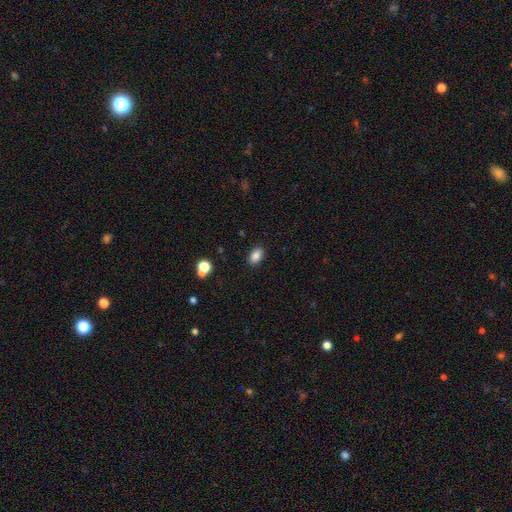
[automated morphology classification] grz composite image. It shows a smooth galaxy with no disk features (86%) that is in between round and cigar-shaped (90%). Merging: none (88%).